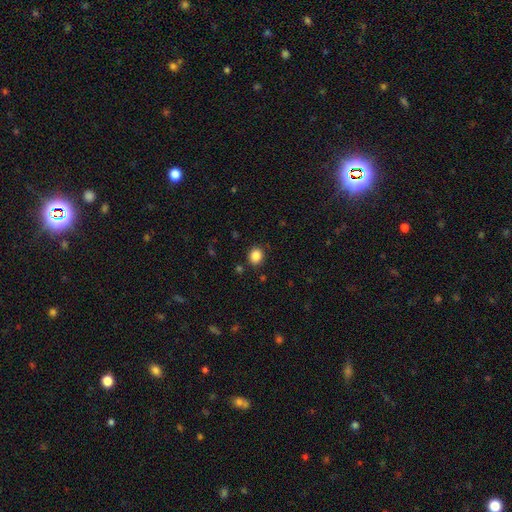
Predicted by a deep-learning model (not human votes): Smooth or featured? Predicted: smooth (p=0.86). How rounded? Predicted: round (p=0.71). Merging? Predicted: none (p=0.88).